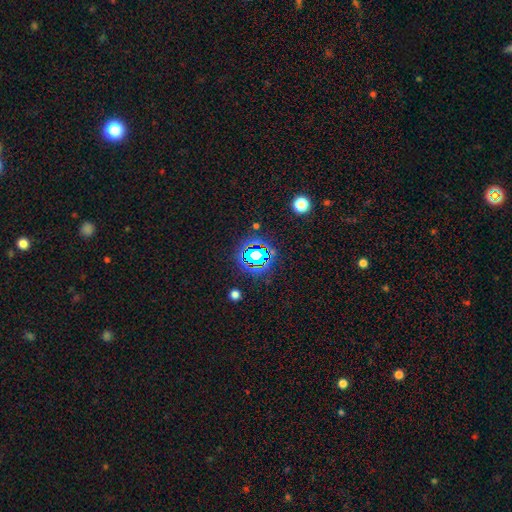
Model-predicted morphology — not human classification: This is likely a star or artifact rather than a galaxy (68%).